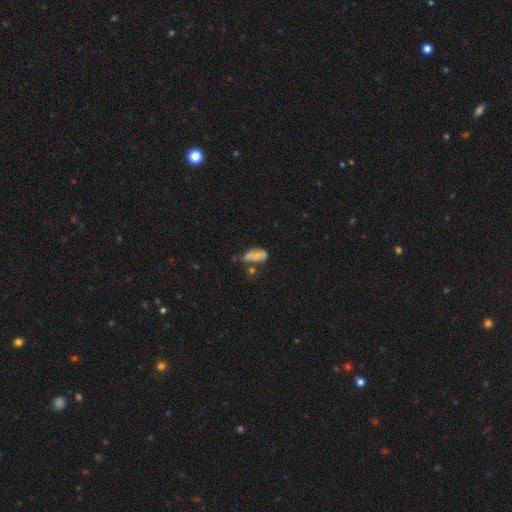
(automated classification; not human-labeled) A smooth galaxy with no disk features (61%) that is in between round and cigar-shaped (87%). Merging: none (31%).